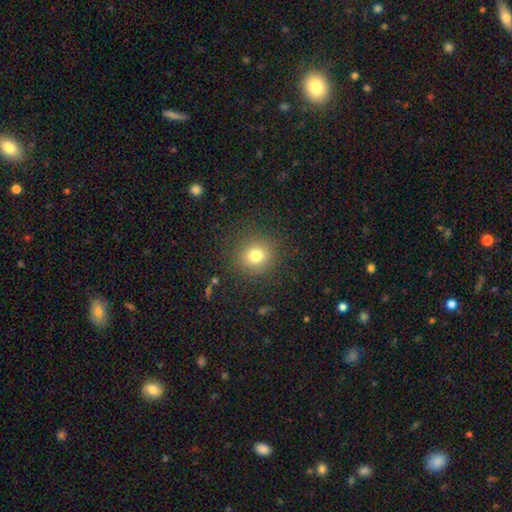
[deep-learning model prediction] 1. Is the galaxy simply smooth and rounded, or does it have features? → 77% smooth, 14% star or artifact, 8% featured or disk.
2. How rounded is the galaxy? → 86% round, 13% in between, 1% cigar-shaped.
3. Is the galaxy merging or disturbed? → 87% none, 8% minor disturbance, 4% major disturbance, 1% merger.